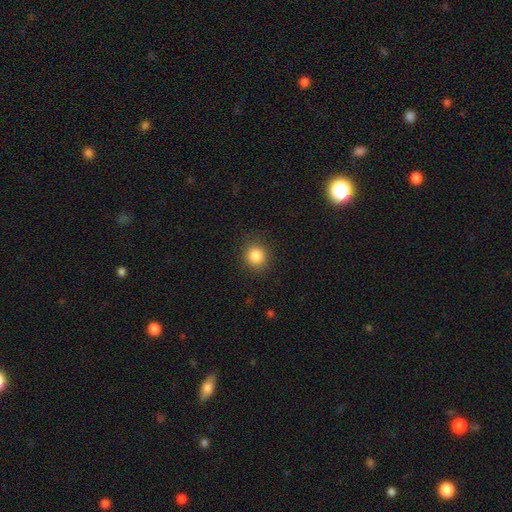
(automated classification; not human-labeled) Smooth or featured?
  - smooth: 85% *
  - star or artifact: 10%
  - featured or disk: 4%
How rounded?
  - round: 85% *
  - in between: 14%
  - cigar-shaped: 1%
Merging?
  - none: 88% *
  - minor disturbance: 8%
  - major disturbance: 3%
  - merger: 1%